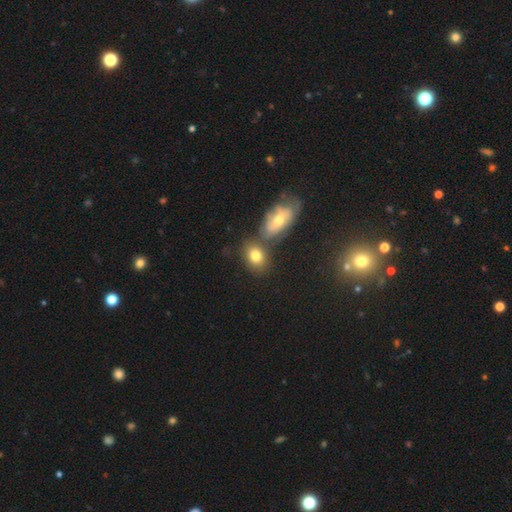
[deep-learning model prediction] Smooth or featured? smooth (75%)
How rounded? in between (68%)
Merging? none (55%)